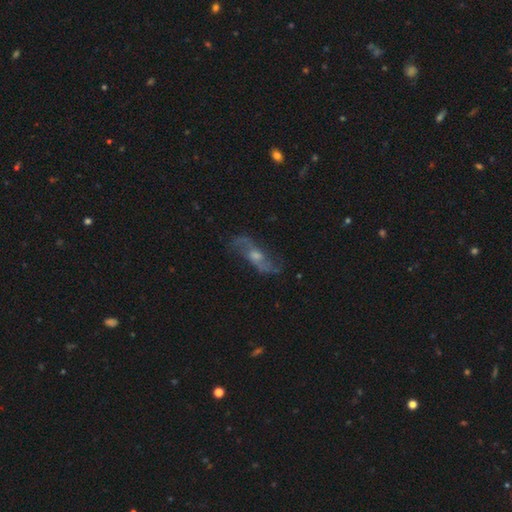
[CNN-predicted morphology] Smooth or featured?
  - featured or disk: 77% *
  - smooth: 14%
  - star or artifact: 9%
Edge-on disk?
  - no: 84% *
  - yes: 16%
Bar?
  - no: 55% *
  - weak: 36%
  - strong: 10%
Spiral arms?
  - yes: 90% *
  - no: 10%
Spiral winding?
  - loose: 69% *
  - medium: 24%
  - tight: 7%
Spiral arm count?
  - 2: 89% *
  - can't tell: 6%
  - 1: 2%
  - 3: 1%
  - 4: 1%
  - more than 4: 1%
Bulge size?
  - moderate: 56% *
  - small: 27%
  - large: 10%
  - none: 5%
  - dominant: 2%
Merging?
  - none: 73% *
  - minor disturbance: 16%
  - major disturbance: 9%
  - merger: 2%